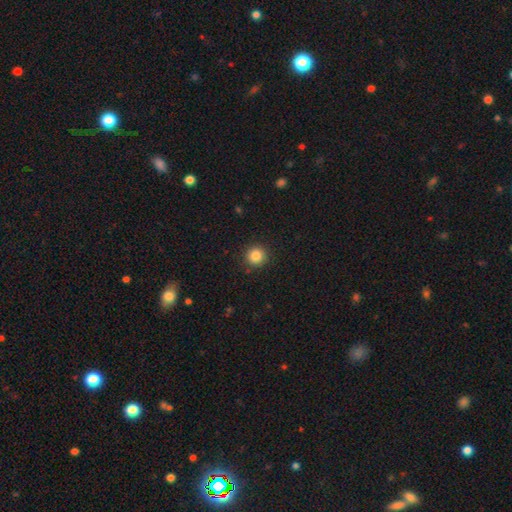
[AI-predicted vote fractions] This is clearly a smooth galaxy (85%). How rounded: clearly round (94%). Merging: clearly none (91%).